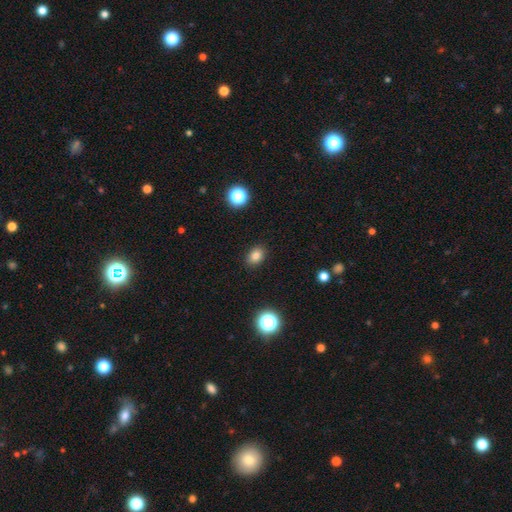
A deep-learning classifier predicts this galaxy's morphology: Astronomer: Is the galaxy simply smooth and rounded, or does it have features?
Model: smooth — 82%.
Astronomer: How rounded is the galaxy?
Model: in between — 68%.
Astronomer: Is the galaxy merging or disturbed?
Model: none — 88%.